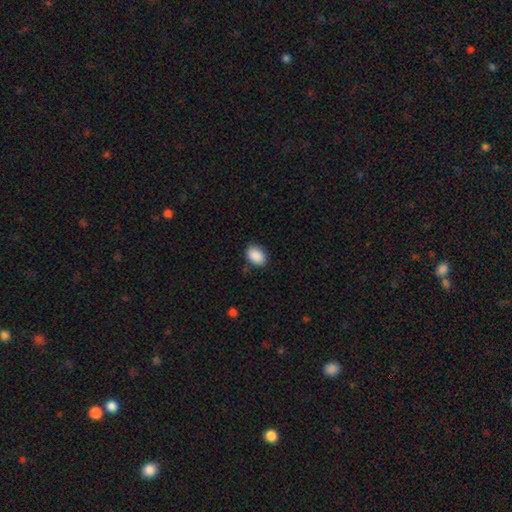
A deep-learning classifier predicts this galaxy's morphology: smooth-or-featured: smooth: 90% | star or artifact: 7% | featured or disk: 3%
  how-rounded: in between: 76% | round: 23% | cigar-shaped: 1%
  merging: none: 83% | minor disturbance: 13% | major disturbance: 3% | merger: 1%